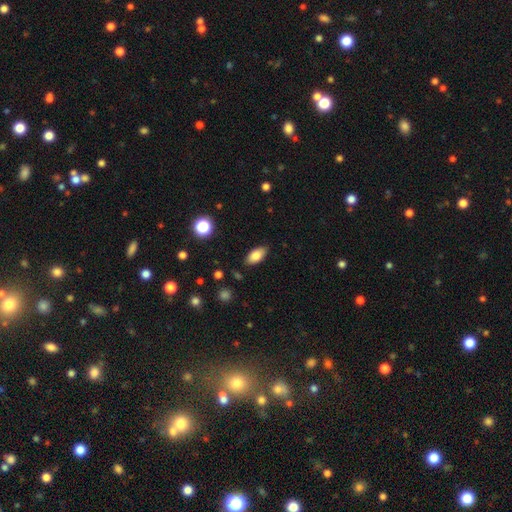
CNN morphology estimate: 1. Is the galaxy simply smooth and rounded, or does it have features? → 81% smooth, 11% featured or disk, 8% star or artifact.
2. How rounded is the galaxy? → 90% in between, 6% cigar-shaped, 4% round.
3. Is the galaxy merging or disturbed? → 85% none, 11% minor disturbance, 2% major disturbance, 1% merger.